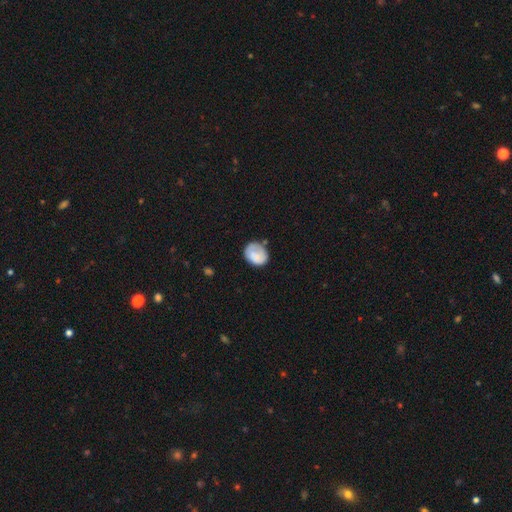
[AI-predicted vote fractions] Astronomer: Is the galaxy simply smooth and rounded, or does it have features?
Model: smooth — 72%.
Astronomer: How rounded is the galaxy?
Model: round — 51% (runner-up: in between, 48%).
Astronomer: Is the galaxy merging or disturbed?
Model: none — 61%.